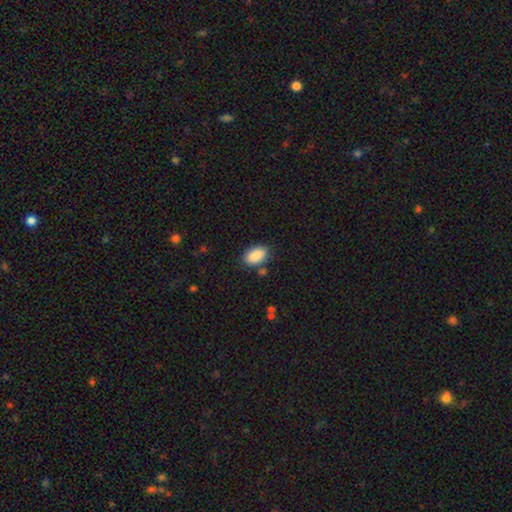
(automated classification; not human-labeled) Smooth or featured: smooth — 88% (star or artifact — 7%)
How rounded: in between — 93% (round — 6%)
Merging: none — 78% (minor disturbance — 14%)